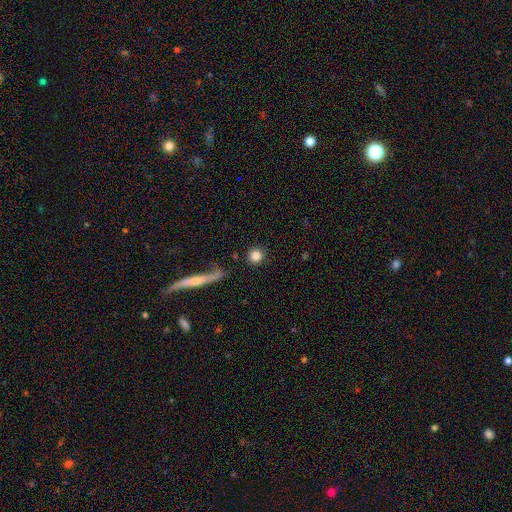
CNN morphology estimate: The model was most divided on "smooth or featured": smooth: 83%, star or artifact: 9%, featured or disk: 8%. More confident: how rounded — round (92%); merging — none (86%).